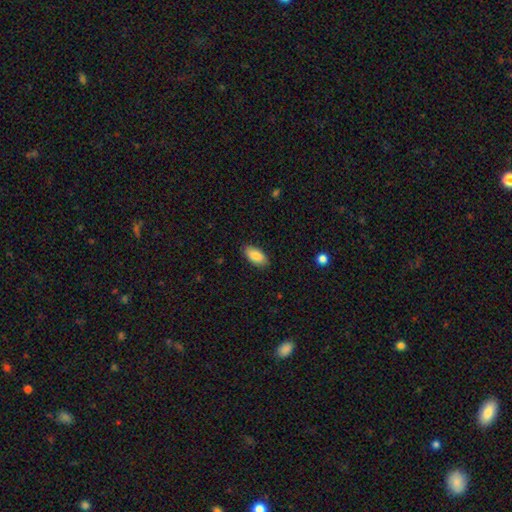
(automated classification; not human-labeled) smooth_or_featured: smooth (p=0.87) [alt: featured or disk p=0.07]
how_rounded: in between (p=0.93) [alt: cigar-shaped p=0.05]
merging: none (p=0.87) [alt: minor disturbance p=0.10]